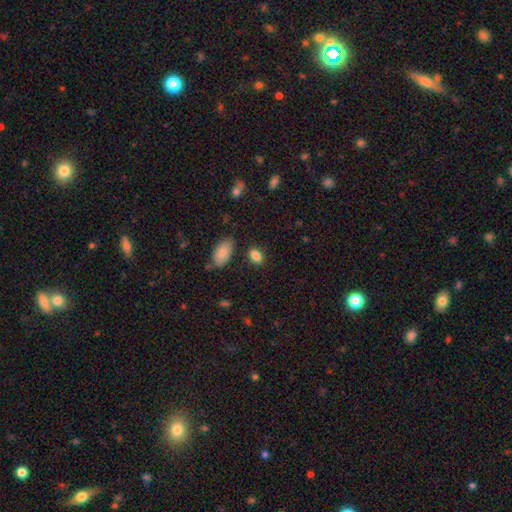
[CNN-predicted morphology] A smooth galaxy with no disk features (86%) that is in between round and cigar-shaped (84%). Merging: none (81%).